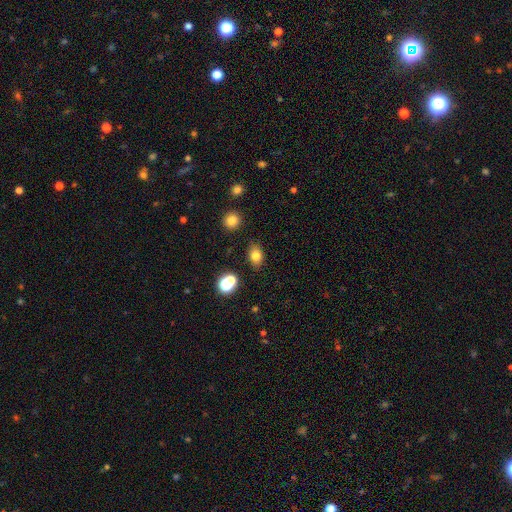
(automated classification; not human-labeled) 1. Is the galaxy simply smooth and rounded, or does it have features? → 77% smooth, 13% star or artifact, 9% featured or disk.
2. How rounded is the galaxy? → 74% in between, 24% round, 2% cigar-shaped.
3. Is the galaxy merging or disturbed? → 84% none, 10% minor disturbance, 3% merger, 3% major disturbance.